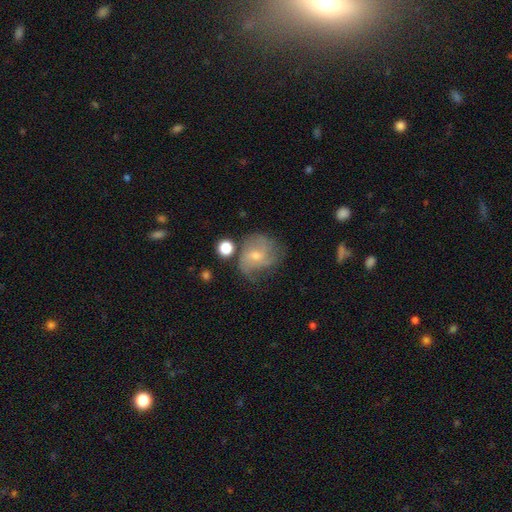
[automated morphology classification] A featured or disk galaxy (57%) with no bar (57%), spiral arms (78%) and a small central bulge (61%).

Vote fractions:
- Smooth or featured? featured or disk: 57% / smooth: 33% / star or artifact: 10%
- Edge-on disk? no: 97% / yes: 3%
- Bar? no: 57% / weak: 36% / strong: 6%
- Spiral arms? yes: 78% / no: 22%
- Bulge size? small: 61% / moderate: 33% / none: 4% / large: 1% / dominant: 1%
- Merging? none: 49% / minor disturbance: 25% / major disturbance: 19% / merger: 6%